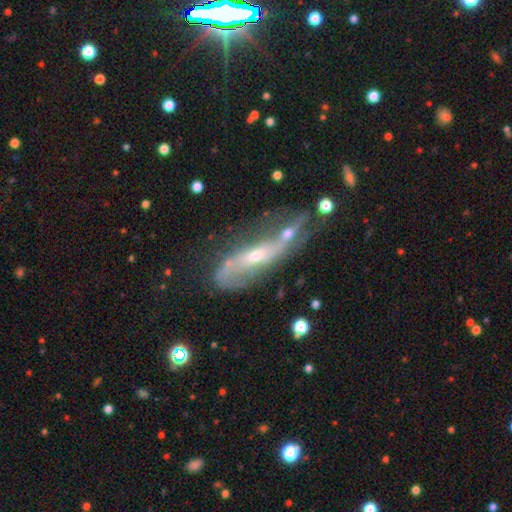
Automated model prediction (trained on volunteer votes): Smooth or featured? Predicted: featured or disk (p=0.72). Edge-on disk? Predicted: no (p=0.74). Bar? Predicted: no (p=0.54). Spiral arms? Predicted: yes (p=0.70). Bulge size? Predicted: small (p=0.57). Merging? Predicted: merger (p=0.47).